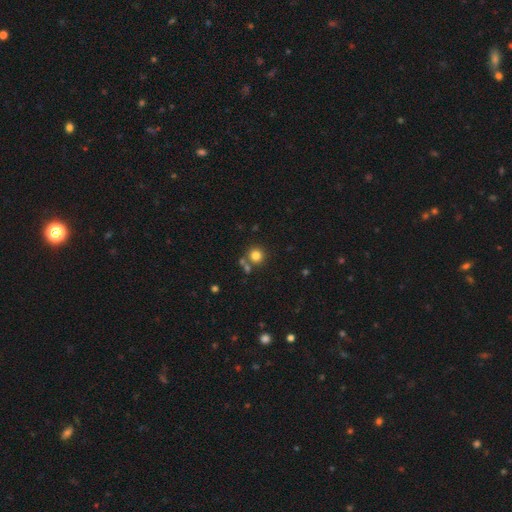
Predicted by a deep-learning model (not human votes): smooth_or_featured: smooth (p=0.80) [alt: star or artifact p=0.13]
how_rounded: round (p=0.92) [alt: in between p=0.07]
merging: none (p=0.72) [alt: merger p=0.16]